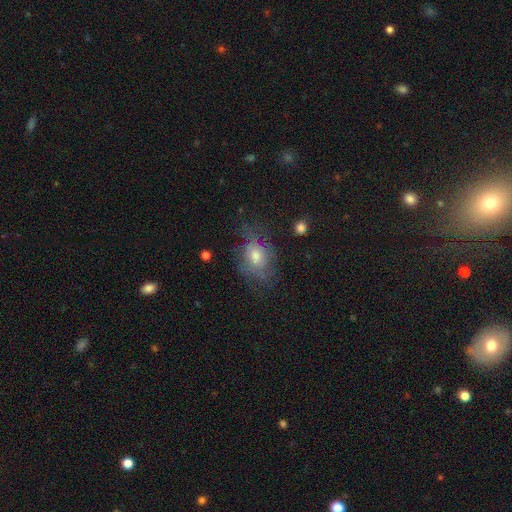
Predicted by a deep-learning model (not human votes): smooth_or_featured: smooth (p=0.45) [alt: featured or disk p=0.41]
merging: none (p=0.54) [alt: minor disturbance p=0.25]